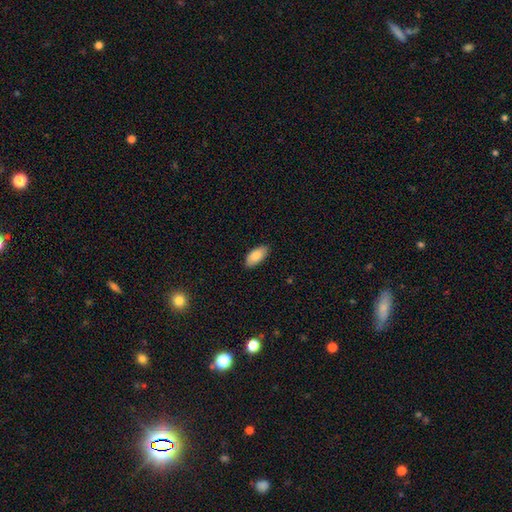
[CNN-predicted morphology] A smooth galaxy with no disk features (83%) that is in between round and cigar-shaped (91%). Merging: none (87%).